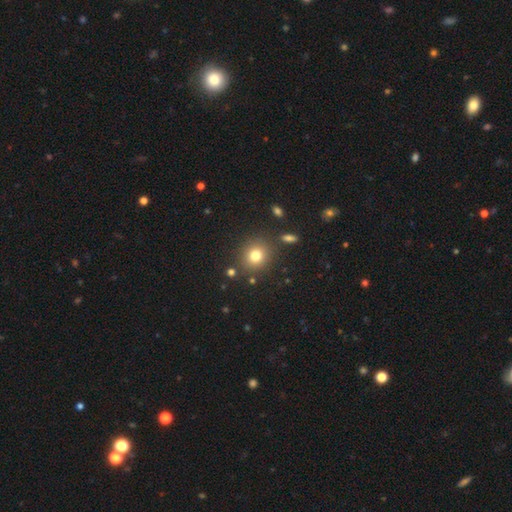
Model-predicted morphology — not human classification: This is likely a smooth galaxy (77%). How rounded: clearly round (81%). Merging: clearly none (85%).